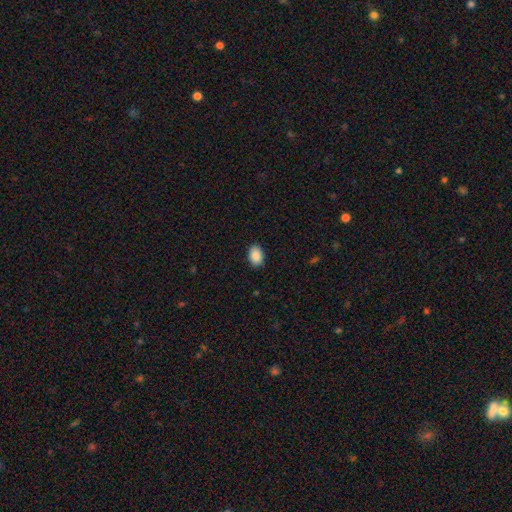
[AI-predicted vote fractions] This is clearly a smooth galaxy (90%). How rounded: clearly in between (84%). Merging: clearly none (89%).